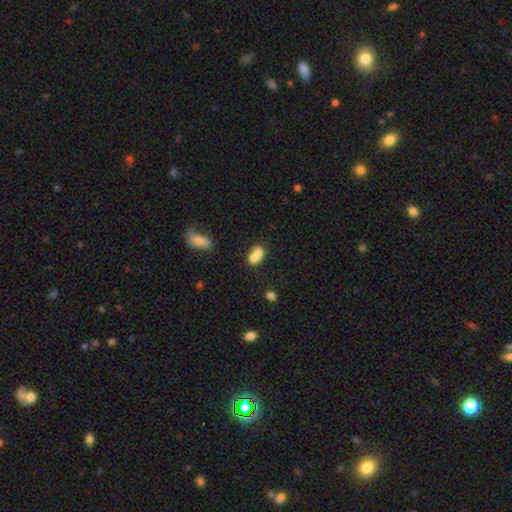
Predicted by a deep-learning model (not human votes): The model was most divided on "how rounded": in between: 60%, round: 38%, cigar-shaped: 2%. More confident: smooth or featured — smooth (71%); merging — merger (66%).